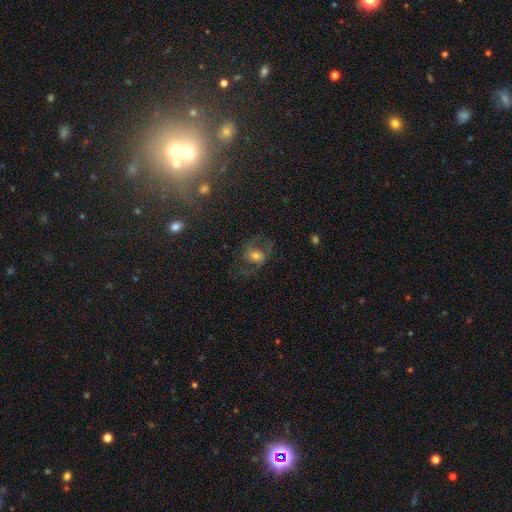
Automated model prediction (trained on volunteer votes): smooth_or_featured: featured or disk (p=0.62) [alt: smooth p=0.24]
disk_edge_on: no (p=0.96) [alt: yes p=0.04]
bar: no (p=0.48) [alt: weak p=0.37]
has_spiral_arms: yes (p=0.85) [alt: no p=0.15]
spiral_winding: medium (p=0.48) [alt: loose p=0.40]
spiral_arm_count: 2 (p=0.85) [alt: can't tell p=0.07]
bulge_size: moderate (p=0.50) [alt: small p=0.35]
merging: none (p=0.61) [alt: major disturbance p=0.21]